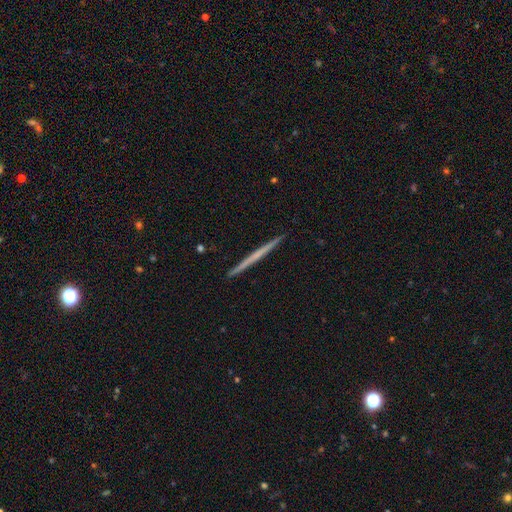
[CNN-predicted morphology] Smooth or featured? Predicted: featured or disk (p=0.54). Edge-on disk? Predicted: yes (p=0.98). Edge-on bulge? Predicted: none (p=0.90). Merging? Predicted: none (p=0.93).